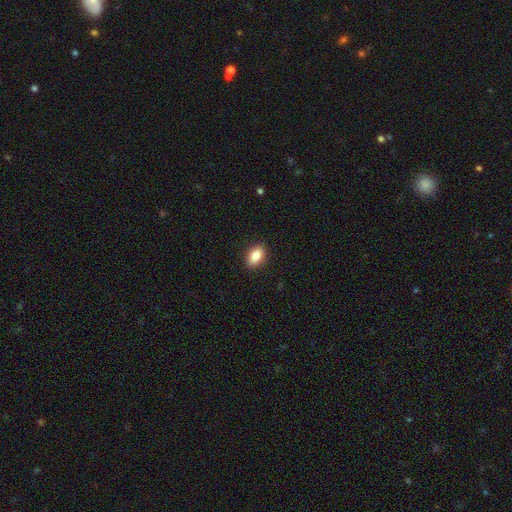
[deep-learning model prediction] Overall: smooth (84%). How rounded: in between (88%). Merging: none (90%).